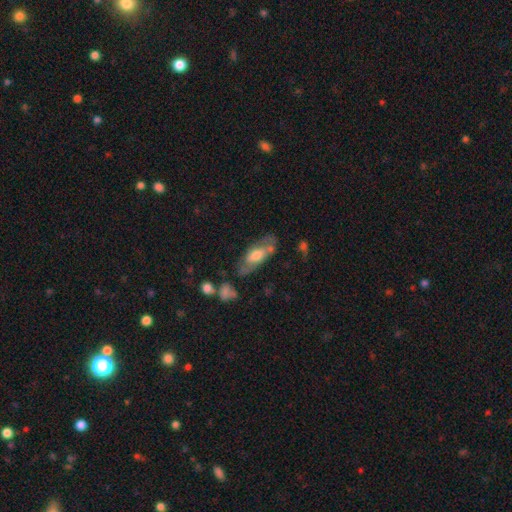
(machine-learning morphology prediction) Overall: smooth (49%; featured or disk 45%). Merging: none (58%; minor disturbance 22%).